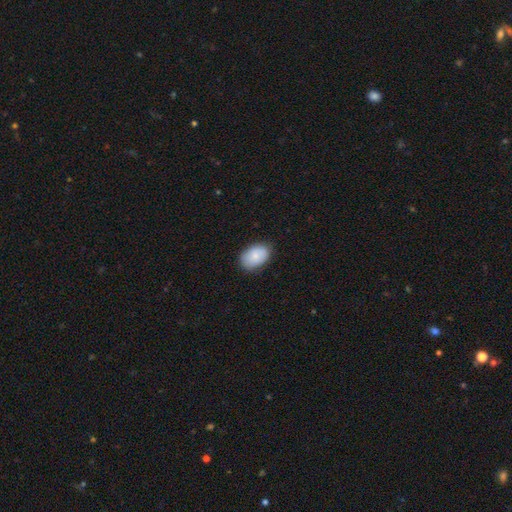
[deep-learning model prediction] The model was most divided on "merging": none: 82%, minor disturbance: 14%, major disturbance: 3%, merger: 1%. More confident: how rounded — in between (87%); smooth or featured — smooth (84%).